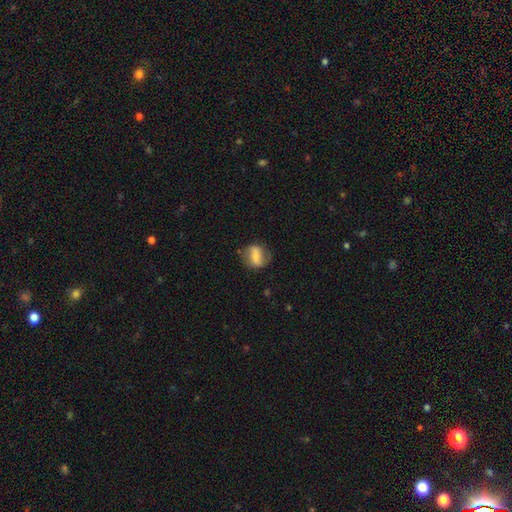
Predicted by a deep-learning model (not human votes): smooth-or-featured: smooth: 52% | featured or disk: 40% | star or artifact: 8%
  how-rounded: in between: 51% | round: 45% | cigar-shaped: 5%
  merging: none: 69% | minor disturbance: 20% | major disturbance: 9% | merger: 2%